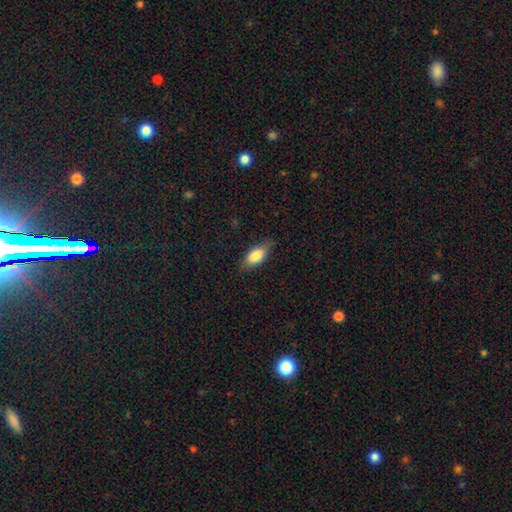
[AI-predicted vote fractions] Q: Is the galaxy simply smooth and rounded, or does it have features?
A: smooth — 80%.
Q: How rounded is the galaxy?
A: in between — 86%.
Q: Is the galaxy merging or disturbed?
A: none — 77%.